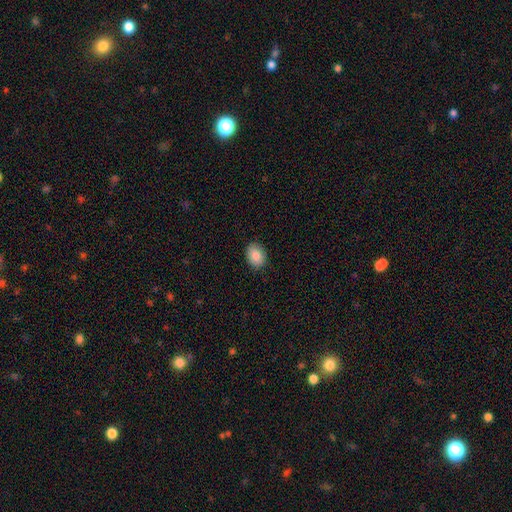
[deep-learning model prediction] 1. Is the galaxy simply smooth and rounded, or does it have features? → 88% smooth, 8% star or artifact, 5% featured or disk.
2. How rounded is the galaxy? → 68% in between, 31% round, 1% cigar-shaped.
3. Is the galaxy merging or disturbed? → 88% none, 9% minor disturbance, 2% major disturbance, 1% merger.